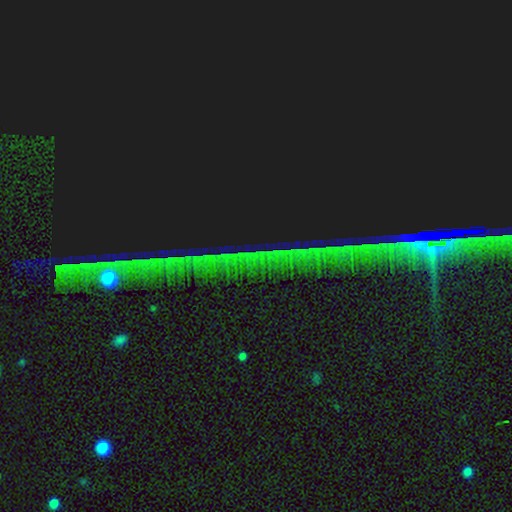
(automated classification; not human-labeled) Smooth or featured?
  - star or artifact: 85% *
  - smooth: 8%
  - featured or disk: 8%